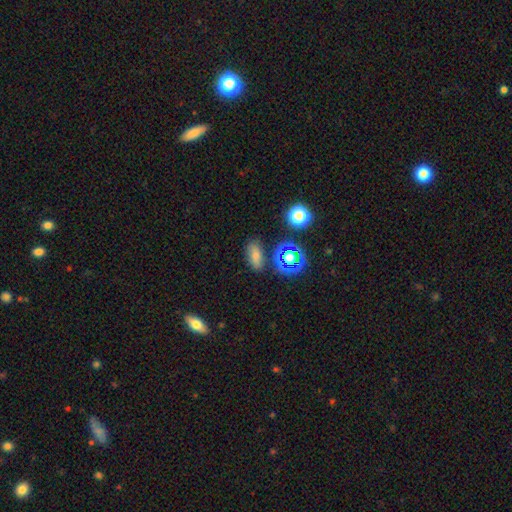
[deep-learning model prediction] Smooth or featured? Predicted: smooth (p=0.64). How rounded? Predicted: in between (p=0.80). Merging? Predicted: none (p=0.77).